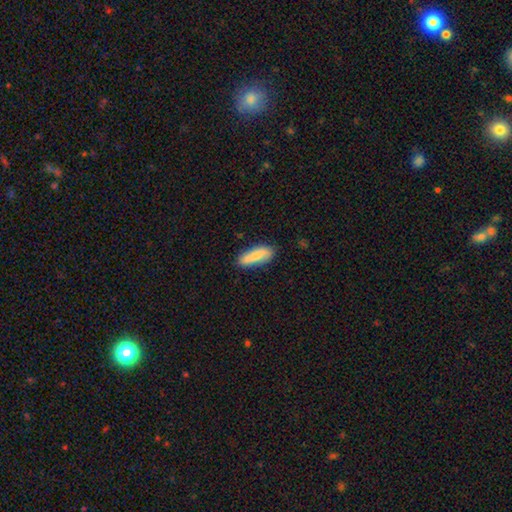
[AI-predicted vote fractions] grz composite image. It shows a smooth galaxy with no disk features (77%) that is in between round and cigar-shaped (61%). Merging: none (79%).